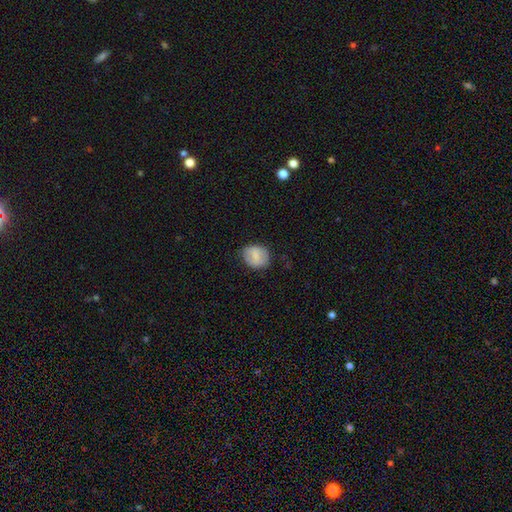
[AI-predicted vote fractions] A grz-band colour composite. It shows a smooth galaxy with no disk features (69%) that is round (57%). Merging: none (79%).